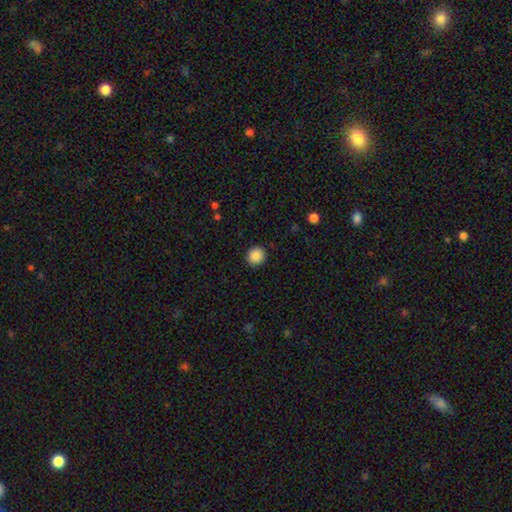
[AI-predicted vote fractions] smooth-or-featured: smooth: 88% | star or artifact: 9% | featured or disk: 3%
  how-rounded: round: 92% | in between: 7% | cigar-shaped: 1%
  merging: none: 92% | minor disturbance: 5% | major disturbance: 2% | merger: 1%